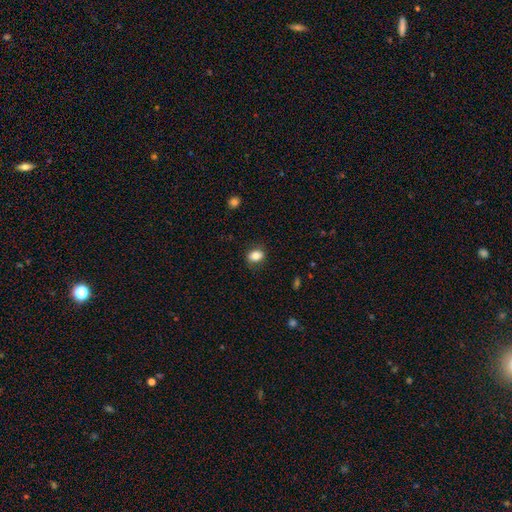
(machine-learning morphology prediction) smooth 84%, star or artifact 9%, featured or disk 7%. Down the decision tree: how rounded — in between (61%); merging — none (85%).